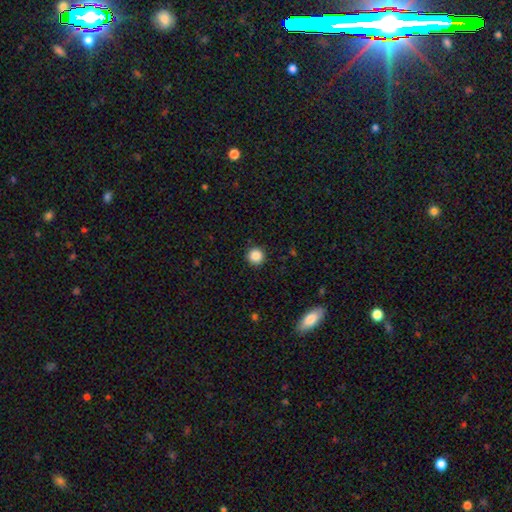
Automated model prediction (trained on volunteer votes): This is clearly a smooth galaxy (87%). How rounded: clearly round (95%). Merging: clearly none (92%).